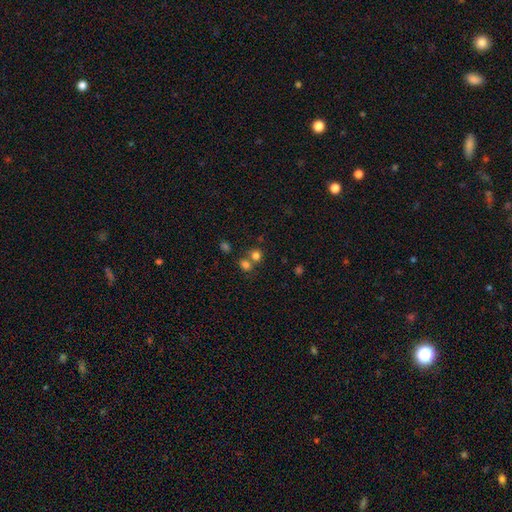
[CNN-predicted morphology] smooth_or_featured: smooth (p=0.76) [alt: star or artifact p=0.16]
how_rounded: round (p=0.79) [alt: in between p=0.20]
merging: none (p=0.53) [alt: merger p=0.36]